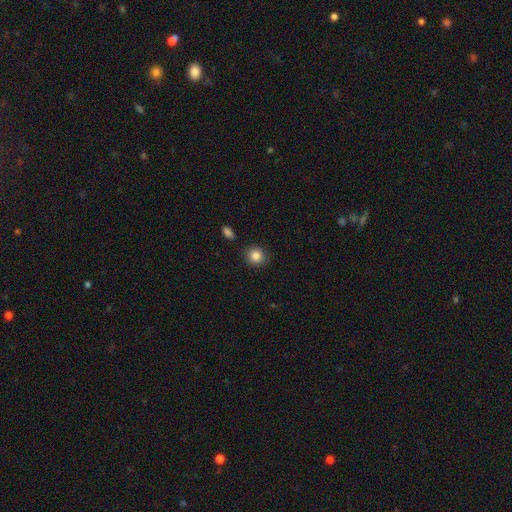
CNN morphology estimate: The model was most divided on "how rounded": round: 87%, in between: 12%, cigar-shaped: 1%. More confident: merging — none (87%); smooth or featured — smooth (86%).